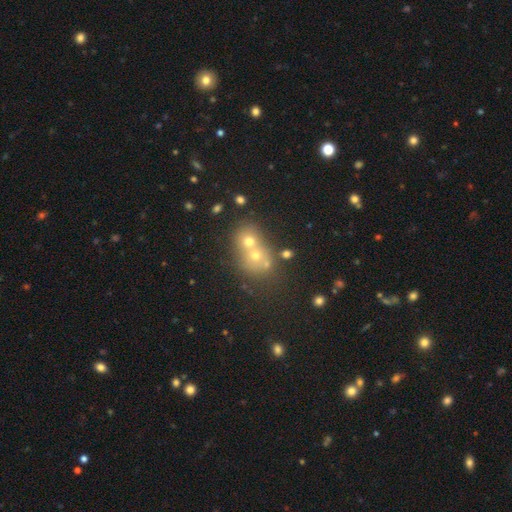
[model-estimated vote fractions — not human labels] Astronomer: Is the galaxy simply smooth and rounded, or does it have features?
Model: smooth — 58%.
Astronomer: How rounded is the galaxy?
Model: round — 68%.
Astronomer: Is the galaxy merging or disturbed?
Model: merger — 67%.